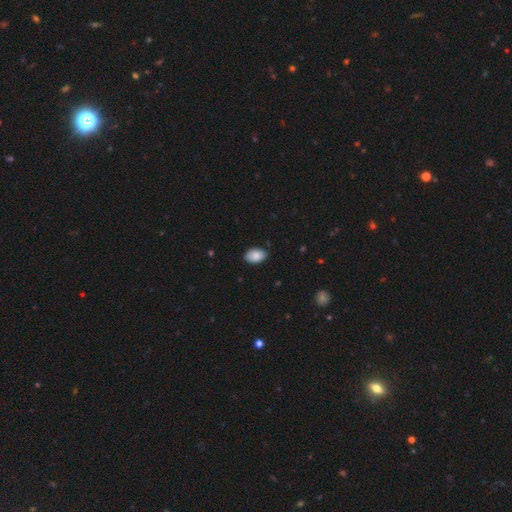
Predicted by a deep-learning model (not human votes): This appears to be a smooth galaxy with no disk features (87%) that is in between round and cigar-shaped (90%). Merging: none (85%).